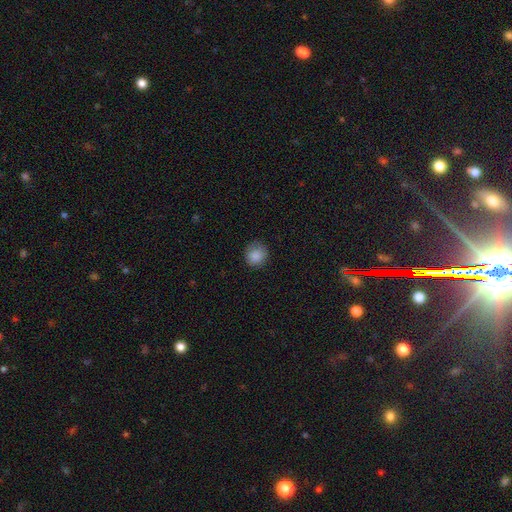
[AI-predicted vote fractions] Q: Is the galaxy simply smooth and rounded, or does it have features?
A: smooth — 86%.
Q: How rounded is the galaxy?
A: round — 87%.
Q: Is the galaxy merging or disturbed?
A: none — 81%.